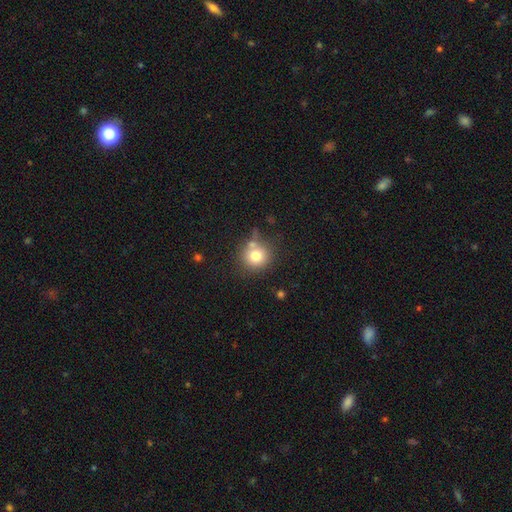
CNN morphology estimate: smooth 77%, featured or disk 12%, star or artifact 11%. Down the decision tree: how rounded — round (90%); merging — none (64%).